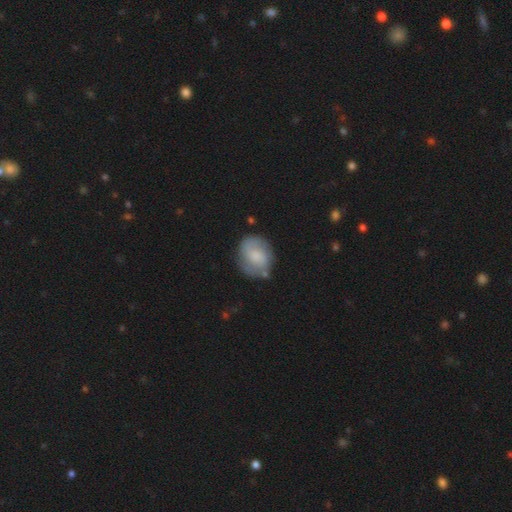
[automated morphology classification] Q: Smooth or featured?
A: smooth (50%); runner-up: featured or disk (43%)
Q: How rounded?
A: round (63%); runner-up: in between (36%)
Q: Merging?
A: none (70%); runner-up: minor disturbance (20%)